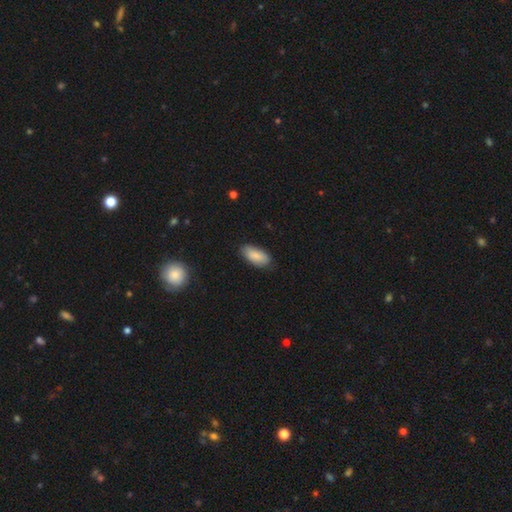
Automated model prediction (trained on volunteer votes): A smooth galaxy with no disk features (86%) that is in between round and cigar-shaped (89%).

Vote fractions:
- Smooth or featured? smooth: 86% / featured or disk: 8% / star or artifact: 6%
- How rounded? in between: 89% / cigar-shaped: 9% / round: 2%
- Merging? none: 80% / minor disturbance: 16% / major disturbance: 3% / merger: 1%